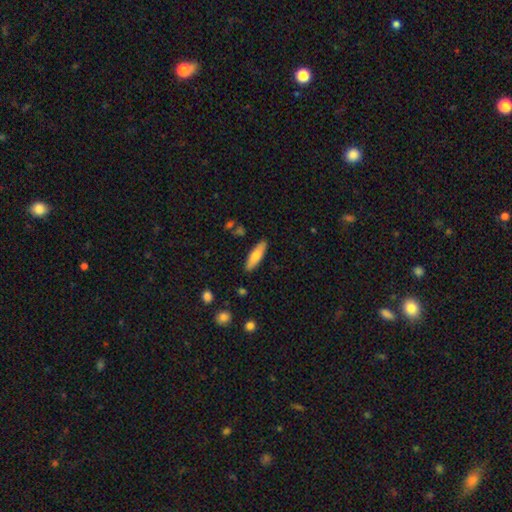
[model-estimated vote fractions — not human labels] A smooth galaxy with no disk features (72%) that is cigar-shaped (58%). Merging: none (88%).